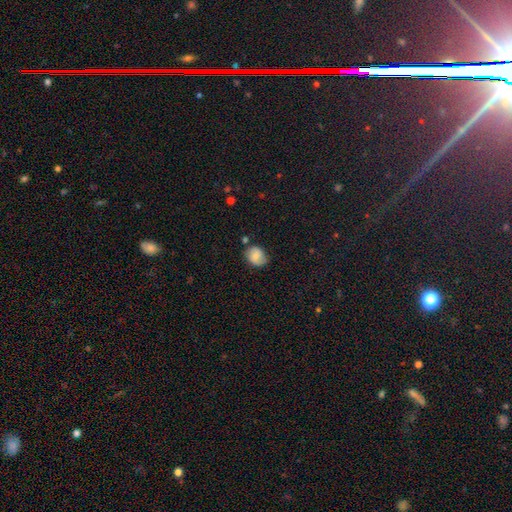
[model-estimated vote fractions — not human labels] A smooth galaxy with no disk features (74%) that is round (56%). Merging: none (68%).